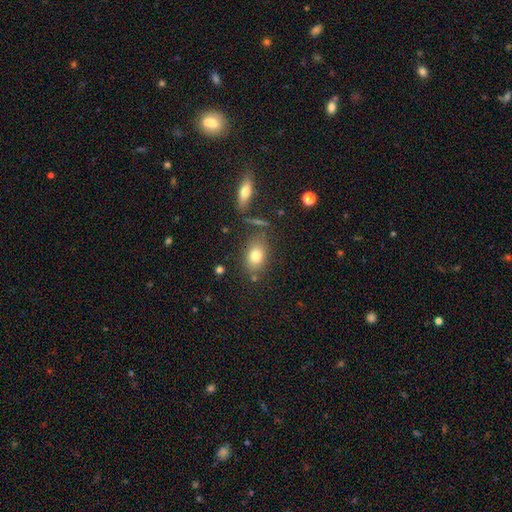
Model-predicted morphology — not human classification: type=smooth (78%); roundness=in between (76%); merging=none (75%).